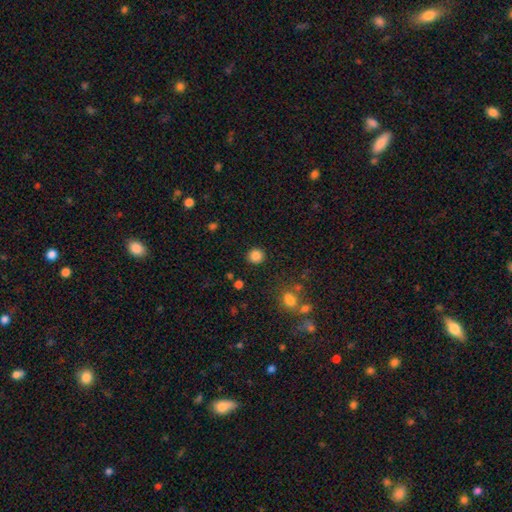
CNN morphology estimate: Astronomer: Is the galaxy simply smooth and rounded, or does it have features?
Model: smooth — 85%.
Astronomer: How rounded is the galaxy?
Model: round — 91%.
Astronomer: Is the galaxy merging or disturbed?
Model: none — 90%.